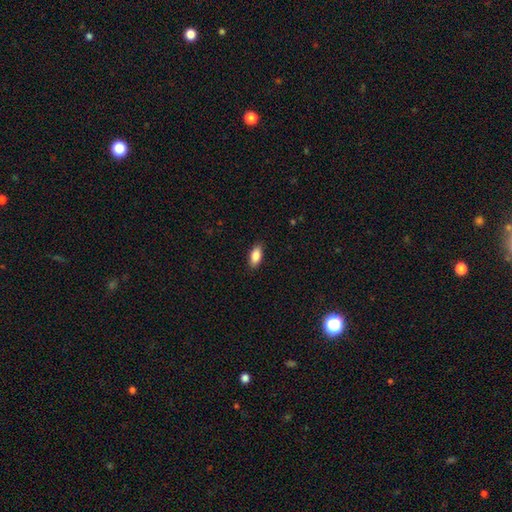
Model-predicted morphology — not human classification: This appears to be a smooth galaxy with no disk features (87%) that is in between round and cigar-shaped (89%). Merging: none (87%).